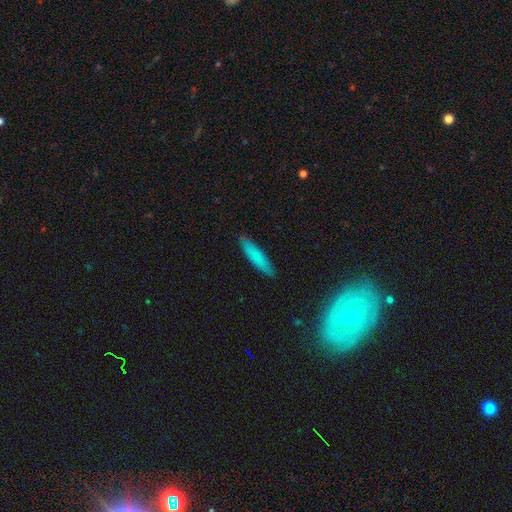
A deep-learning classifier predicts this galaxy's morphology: smooth_or_featured: smooth (p=0.68) [alt: featured or disk p=0.24]
how_rounded: cigar-shaped (p=0.85) [alt: in between p=0.13]
merging: none (p=0.87) [alt: minor disturbance p=0.10]